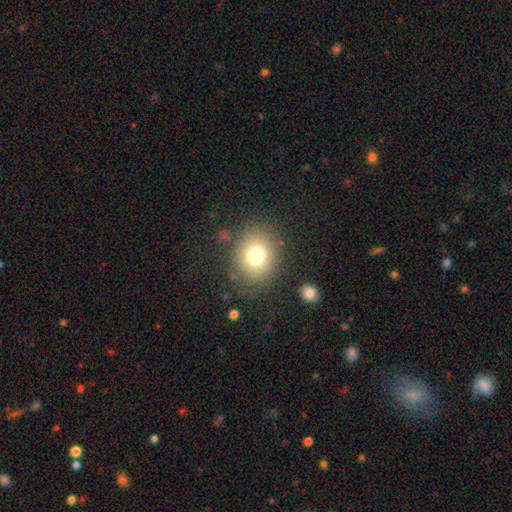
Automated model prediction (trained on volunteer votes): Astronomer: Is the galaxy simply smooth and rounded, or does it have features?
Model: smooth — 74%.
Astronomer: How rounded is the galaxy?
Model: round — 65%.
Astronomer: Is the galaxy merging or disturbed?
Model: none — 80%.